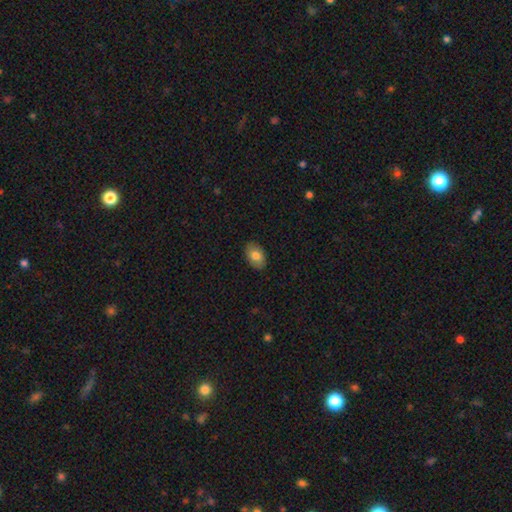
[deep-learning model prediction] A smooth galaxy with no disk features (80%) that is in between round and cigar-shaped (88%). Merging: none (89%).